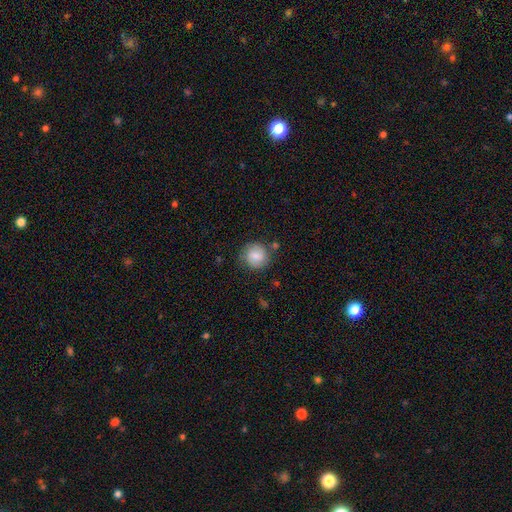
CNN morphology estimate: Q: Smooth or featured?
A: smooth (64%); runner-up: featured or disk (28%)
Q: How rounded?
A: round (88%); runner-up: in between (11%)
Q: Merging?
A: none (77%); runner-up: minor disturbance (15%)